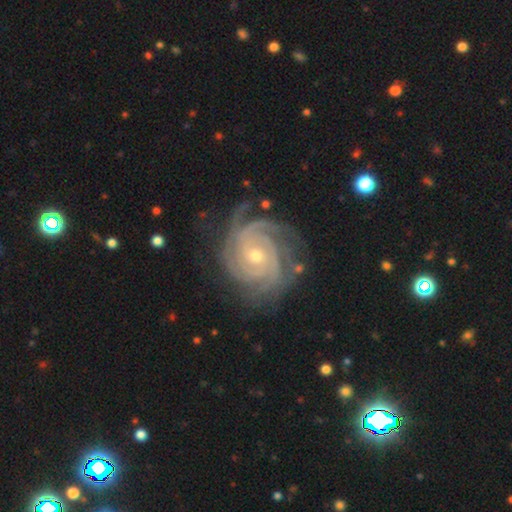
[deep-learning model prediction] Overall: featured or disk (92%). Edge-on disk: no (98%). Bar: no (67%). Spiral arms: yes (99%). Spiral arm count: 4 (31%; 3 30%). Spiral winding: tight (79%). Bulge size: small (58%; moderate 39%). Merging: none (75%).